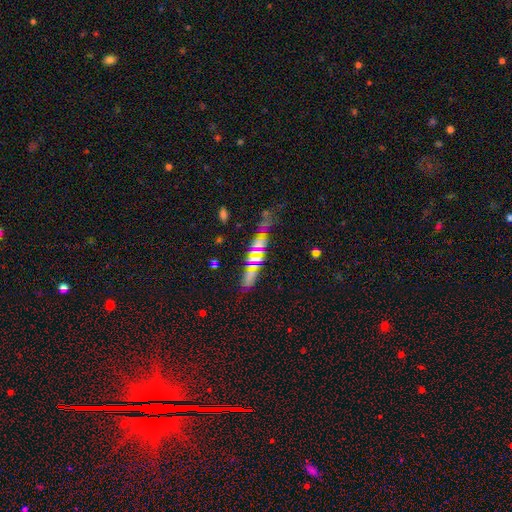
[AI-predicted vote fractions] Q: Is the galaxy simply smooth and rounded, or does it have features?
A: star or artifact — 46%.